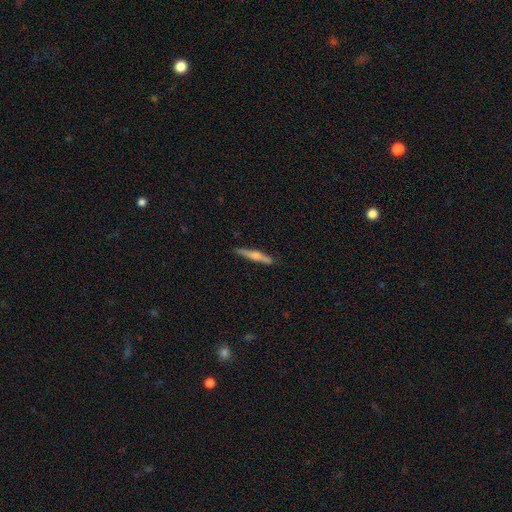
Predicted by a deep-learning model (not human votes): This is possibly a featured or disk galaxy (48%). Merging: clearly none (86%).